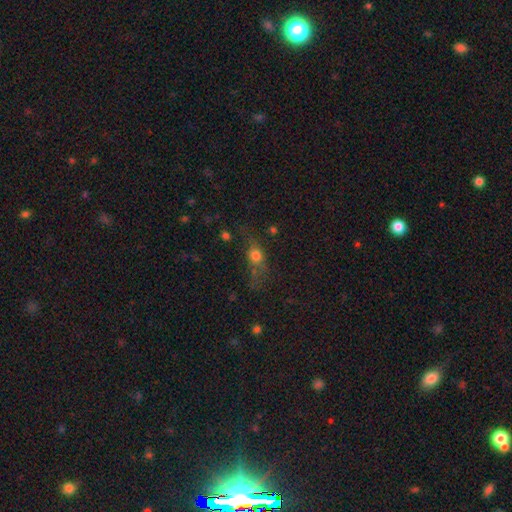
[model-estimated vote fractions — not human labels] Morphology: type=smooth (64%); roundness=round (43%, tied with in between); merging=none (51%).